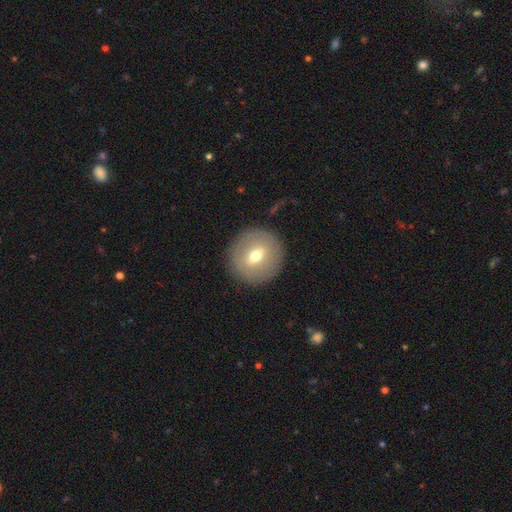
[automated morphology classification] The model was most divided on "smooth or featured": smooth: 56%, featured or disk: 36%, star or artifact: 8%. More confident: how rounded — round (92%); merging — none (89%).